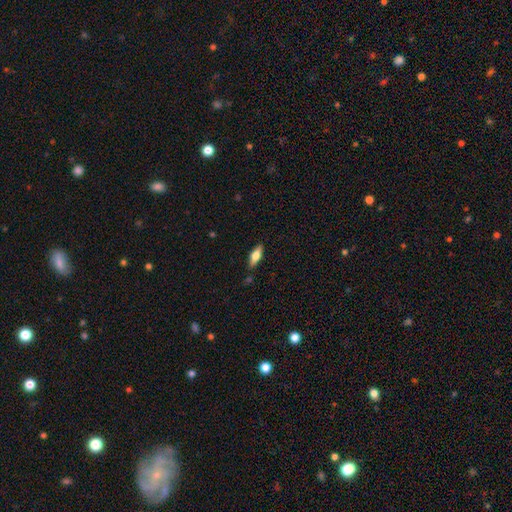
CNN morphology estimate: This is likely a smooth galaxy (64%). How rounded: likely in between (64%). Merging: clearly none (83%).